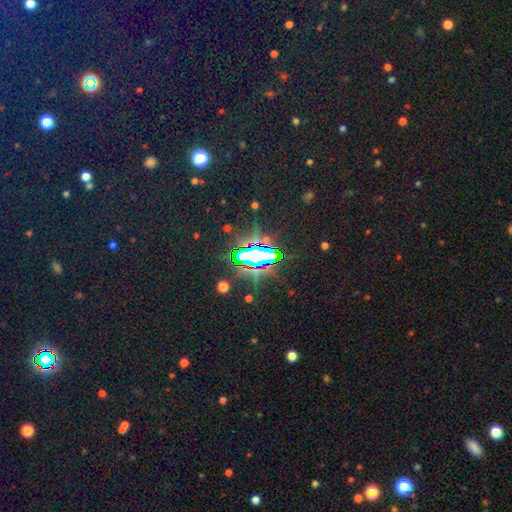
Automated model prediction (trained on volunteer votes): Overall: star or artifact (73%).